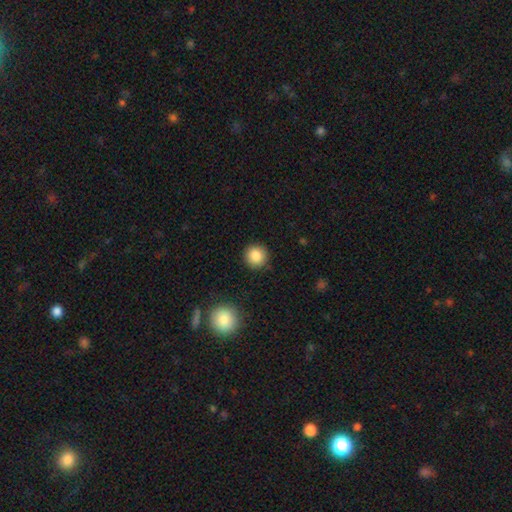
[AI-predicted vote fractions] Smooth or featured: smooth — 85% (star or artifact — 10%)
How rounded: round — 94% (in between — 5%)
Merging: none — 90% (minor disturbance — 7%)